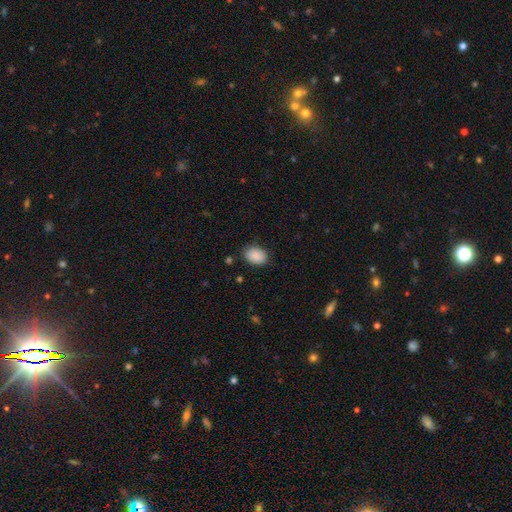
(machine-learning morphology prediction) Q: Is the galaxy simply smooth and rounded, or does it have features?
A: smooth — 90%.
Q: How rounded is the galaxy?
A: in between — 79%.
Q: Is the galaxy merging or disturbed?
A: none — 85%.